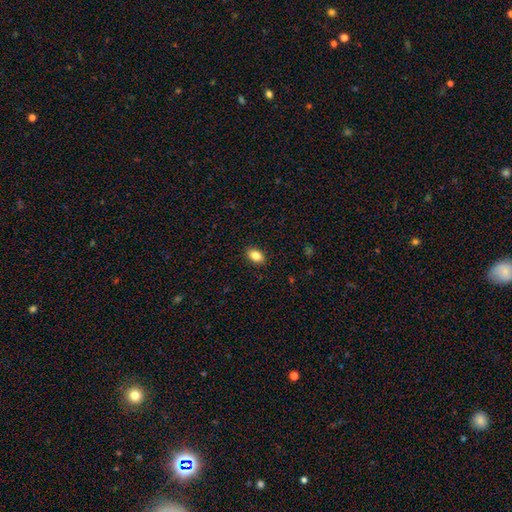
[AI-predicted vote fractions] smooth-or-featured: smooth: 84% | star or artifact: 9% | featured or disk: 7%
  how-rounded: in between: 83% | round: 16% | cigar-shaped: 1%
  merging: none: 89% | minor disturbance: 8% | major disturbance: 2% | merger: 1%